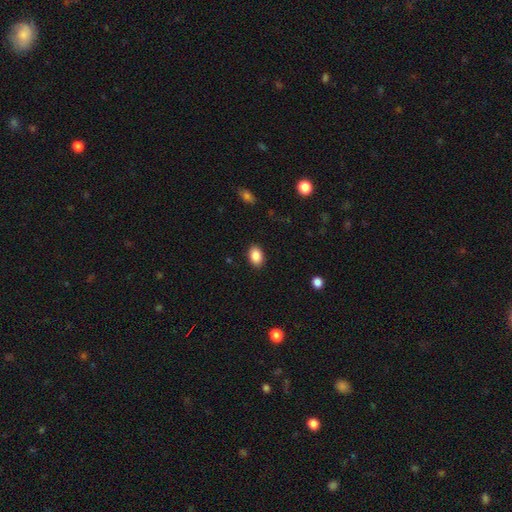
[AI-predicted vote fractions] This appears to be a smooth galaxy with no disk features (88%) that is in between round and cigar-shaped (86%). Merging: none (89%).